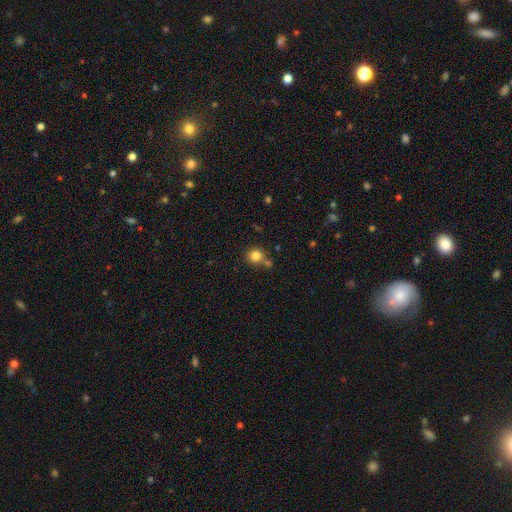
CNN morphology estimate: This is clearly a smooth galaxy (81%). How rounded: clearly round (88%). Merging: likely none (63%).